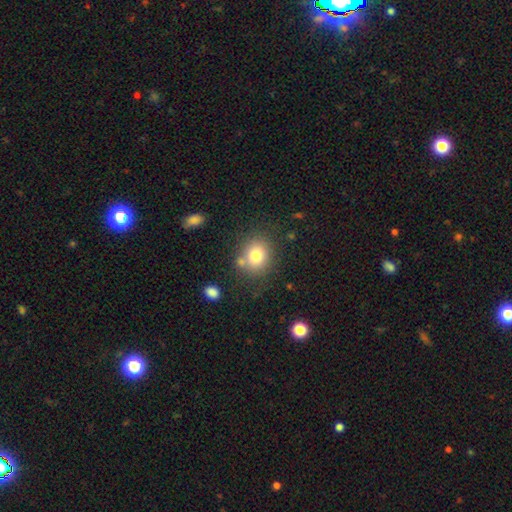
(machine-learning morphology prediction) Overall: smooth (78%). How rounded: round (68%; in between 31%). Merging: none (71%).